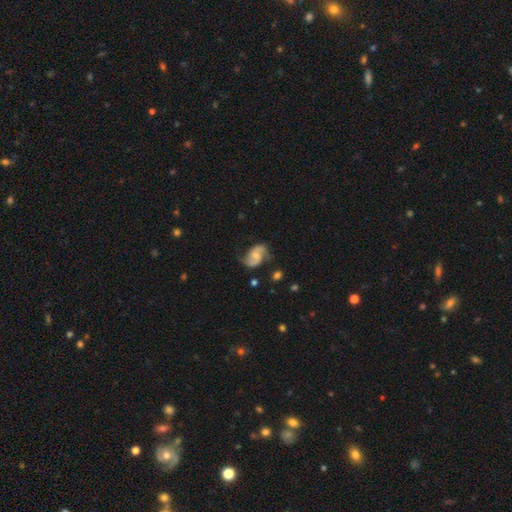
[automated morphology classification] This is likely a featured or disk galaxy (79%). It is clearly not viewed edge-on (98%). Bar: possibly no (50%). Spiral arm pattern: clearly yes (95%). Spiral arm count: clearly 2 (91%). Spiral winding: marginally medium (44%). Central bulge: marginally small (43%). Merging: likely none (69%).